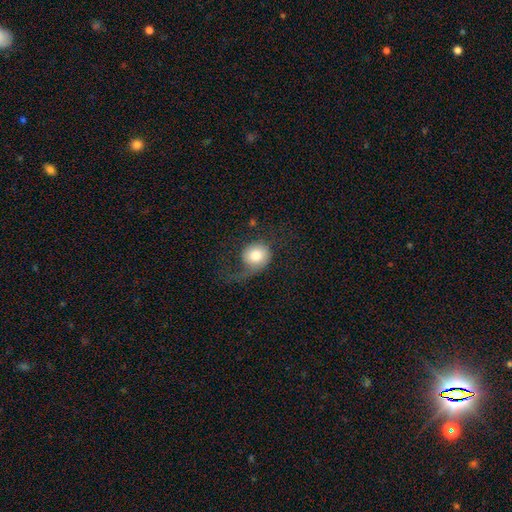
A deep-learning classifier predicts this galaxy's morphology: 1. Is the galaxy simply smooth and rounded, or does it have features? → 70% smooth, 22% featured or disk, 8% star or artifact.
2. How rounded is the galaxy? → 77% round, 22% in between, 1% cigar-shaped.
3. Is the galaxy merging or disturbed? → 40% major disturbance, 36% none, 22% minor disturbance, 2% merger.